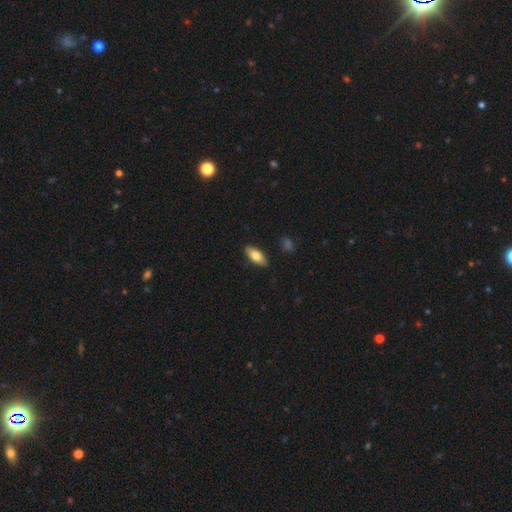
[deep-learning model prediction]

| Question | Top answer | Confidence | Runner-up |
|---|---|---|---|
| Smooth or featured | smooth | 77% | featured or disk (17%) |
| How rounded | in between | 83% | cigar-shaped (15%) |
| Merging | none | 88% | minor disturbance (9%) |